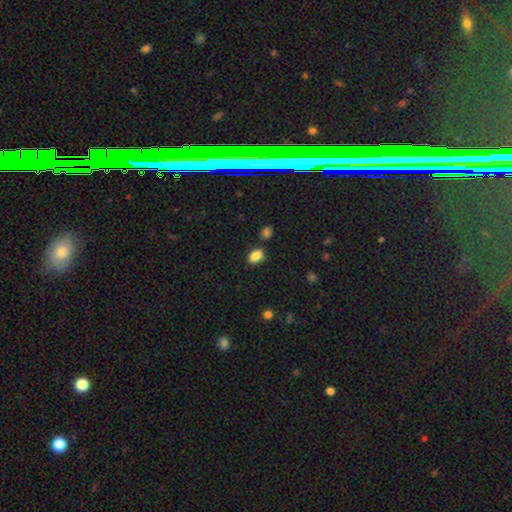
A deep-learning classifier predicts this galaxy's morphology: type=smooth (86%); roundness=in between (87%); merging=none (77%).